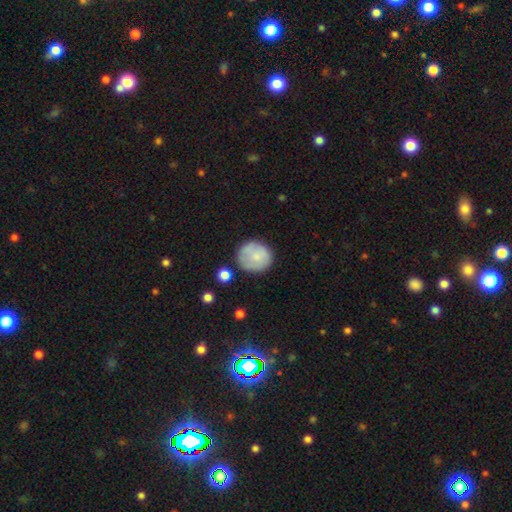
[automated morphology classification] This appears to be a smooth galaxy with no disk features (73%) that is round (86%). Merging: none (72%).